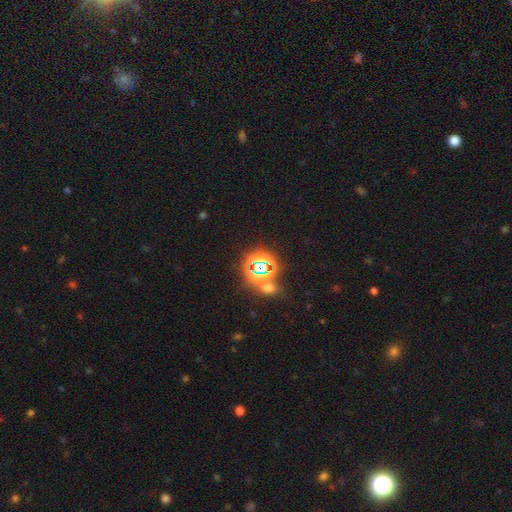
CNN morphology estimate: smooth_or_featured: star or artifact (p=0.74) [alt: smooth p=0.17]